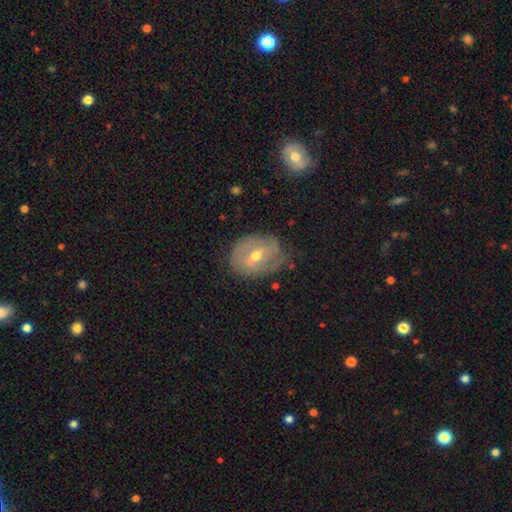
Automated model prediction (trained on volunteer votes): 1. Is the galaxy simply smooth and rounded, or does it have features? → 69% featured or disk, 23% smooth, 8% star or artifact.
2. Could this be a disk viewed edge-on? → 95% no, 5% yes.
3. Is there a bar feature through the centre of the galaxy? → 48% weak, 28% no, 24% strong.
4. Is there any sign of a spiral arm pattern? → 72% yes, 28% no.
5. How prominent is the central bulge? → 61% moderate, 36% small, 2% large, 1% none, 1% dominant.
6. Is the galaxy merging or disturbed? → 63% none, 26% minor disturbance, 9% major disturbance, 2% merger.